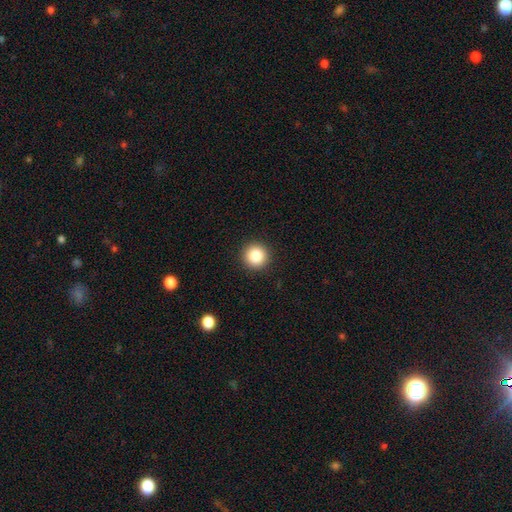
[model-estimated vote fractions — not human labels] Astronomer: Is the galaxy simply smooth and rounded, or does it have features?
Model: smooth — 86%.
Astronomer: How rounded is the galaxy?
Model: round — 95%.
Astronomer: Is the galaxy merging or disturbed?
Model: none — 93%.